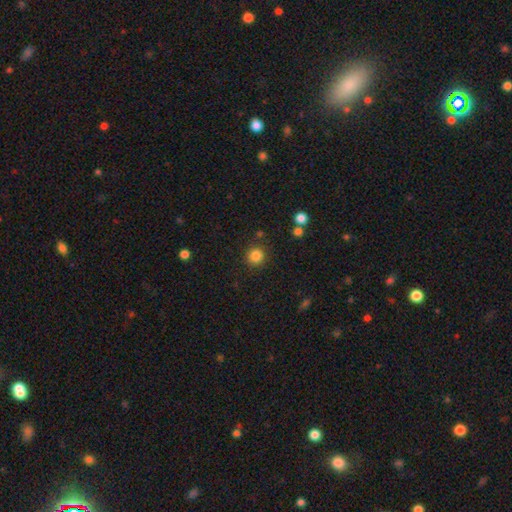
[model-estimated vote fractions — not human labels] This appears to be a smooth galaxy with no disk features (84%) that is round (93%). Merging: none (87%).